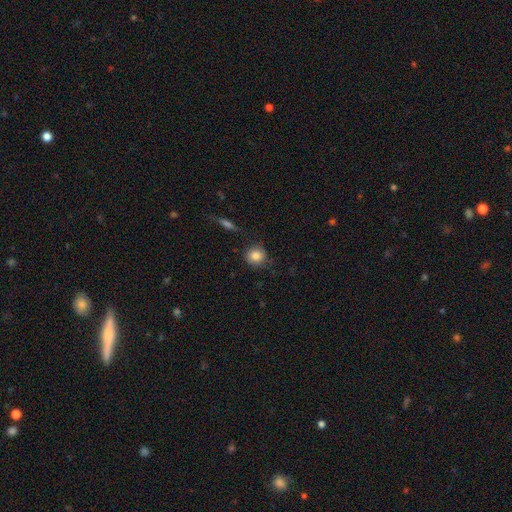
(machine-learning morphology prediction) A smooth galaxy with no disk features (83%) that is round (87%).

Vote fractions:
- Smooth or featured? smooth: 83% / featured or disk: 9% / star or artifact: 8%
- How rounded? round: 87% / in between: 11% / cigar-shaped: 1%
- Merging? none: 76% / minor disturbance: 17% / major disturbance: 5% / merger: 2%